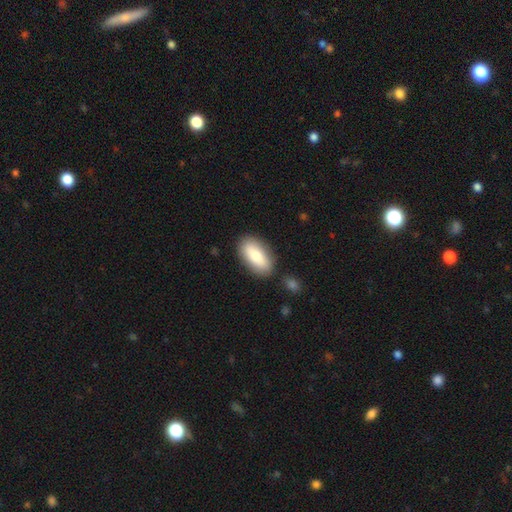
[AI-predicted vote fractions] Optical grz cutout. It shows a smooth galaxy with no disk features (75%) that is in between round and cigar-shaped (90%). Merging: none (83%).